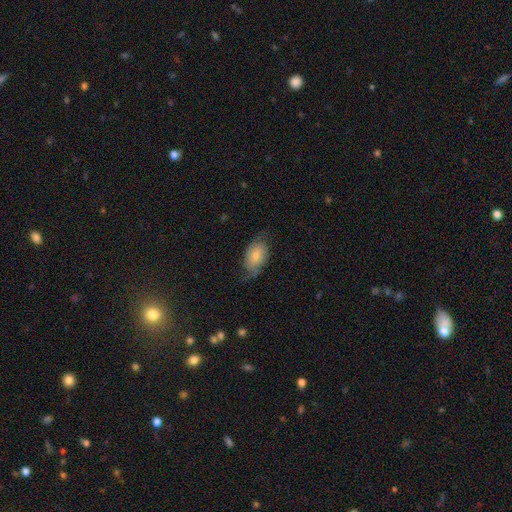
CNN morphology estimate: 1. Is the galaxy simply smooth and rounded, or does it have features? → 64% smooth, 29% featured or disk, 7% star or artifact.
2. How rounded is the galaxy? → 91% in between, 7% round, 2% cigar-shaped.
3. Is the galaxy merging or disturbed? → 57% none, 29% minor disturbance, 12% major disturbance, 1% merger.